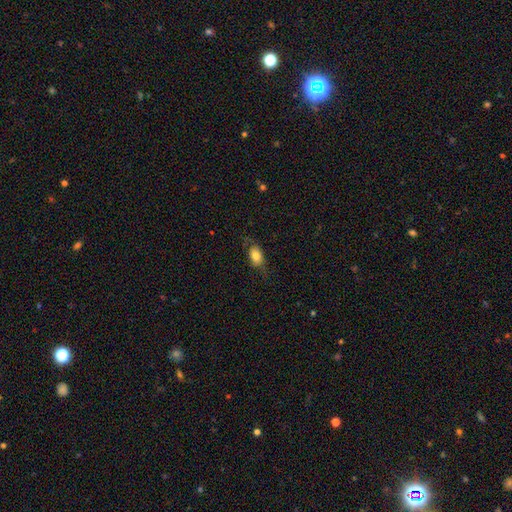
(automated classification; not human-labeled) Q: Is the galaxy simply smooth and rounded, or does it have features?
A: smooth — 77%.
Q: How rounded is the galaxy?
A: in between — 85%.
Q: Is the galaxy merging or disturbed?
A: none — 67%.